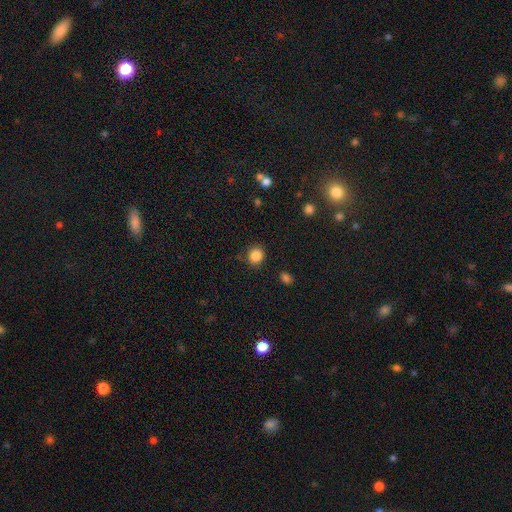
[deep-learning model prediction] A smooth galaxy with no disk features (86%) that is round (80%). Merging: none (84%).